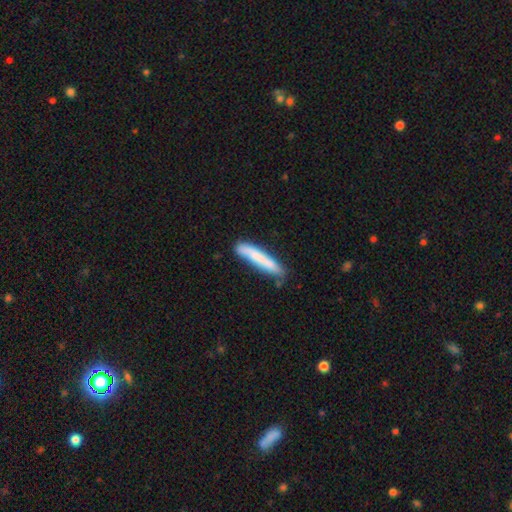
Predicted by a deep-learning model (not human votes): Smooth or featured: smooth — 74% (featured or disk — 20%)
How rounded: cigar-shaped — 91% (in between — 7%)
Merging: none — 70% (minor disturbance — 21%)